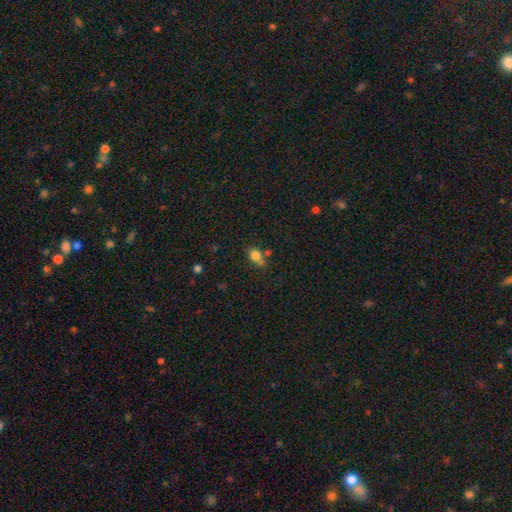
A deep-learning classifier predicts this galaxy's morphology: Smooth or featured? Predicted: smooth (p=0.77). How rounded? Predicted: in between (p=0.53). Merging? Predicted: none (p=0.49).